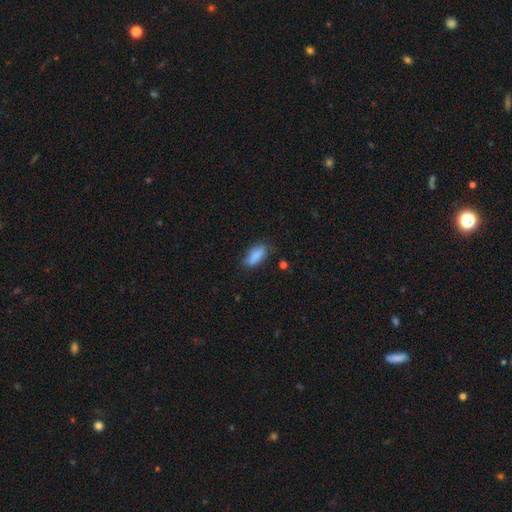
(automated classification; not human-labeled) Smooth or featured? smooth (85%)
How rounded? in between (79%)
Merging? none (69%)